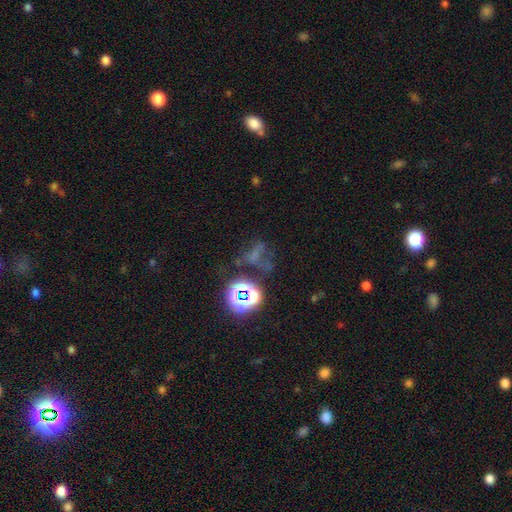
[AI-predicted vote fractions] This appears to be a star or artifact, not a galaxy (44%).